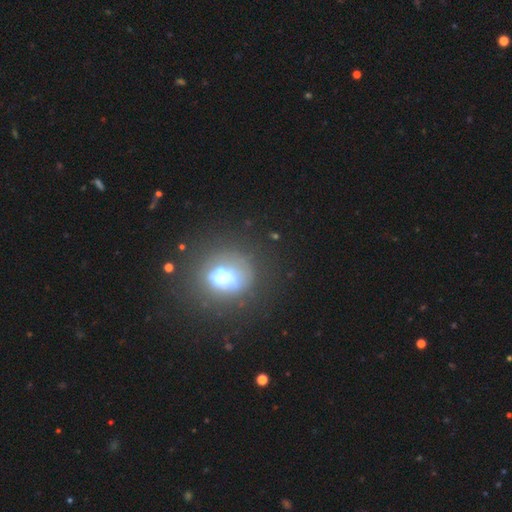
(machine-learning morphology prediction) A smooth galaxy with no disk features (54%) that is round (60%). Merging: none (80%).